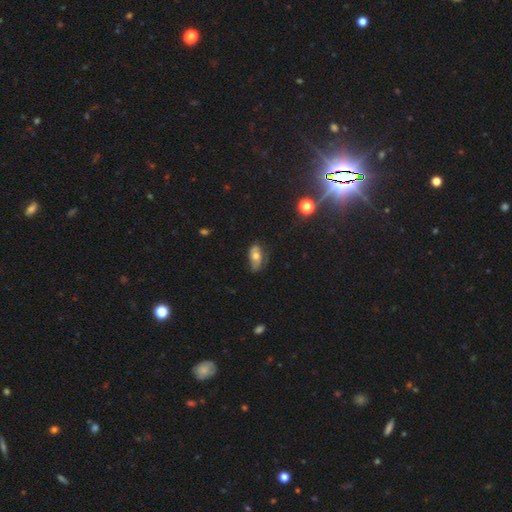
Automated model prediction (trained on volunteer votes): A featured or disk galaxy (45%, tied with smooth). Merging: none (55%).